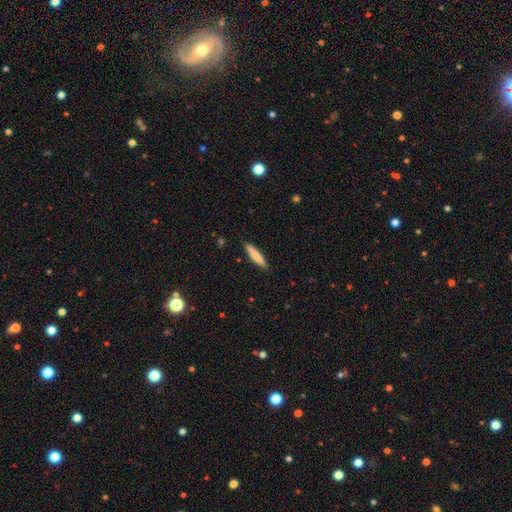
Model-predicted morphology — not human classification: type=smooth (76%); roundness=cigar-shaped (85%); merging=none (89%).